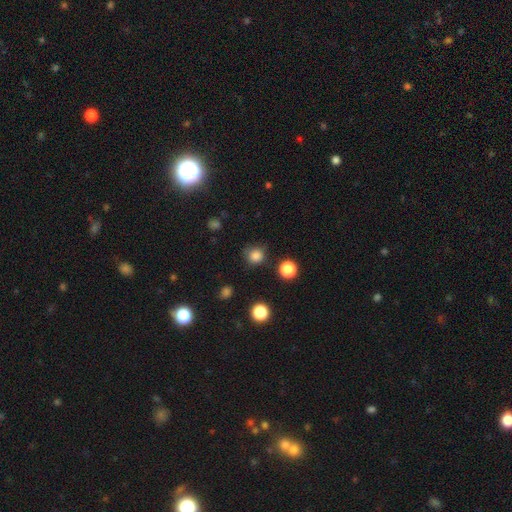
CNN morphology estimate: This appears to be a smooth galaxy with no disk features (83%) that is round (90%). Merging: none (81%).